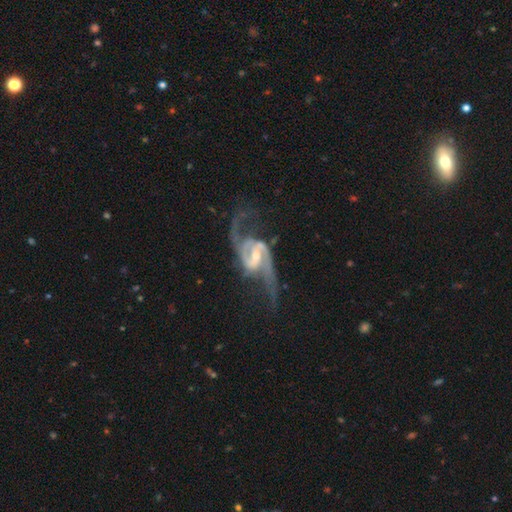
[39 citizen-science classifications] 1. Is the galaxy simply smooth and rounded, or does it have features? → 95% featured or disk, 3% smooth, 3% star or artifact.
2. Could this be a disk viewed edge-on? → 97% no, 3% yes.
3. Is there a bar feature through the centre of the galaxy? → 53% strong, 33% weak, 14% no.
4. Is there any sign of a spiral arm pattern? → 97% yes, 3% no.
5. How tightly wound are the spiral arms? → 57% loose, 29% medium, 14% tight.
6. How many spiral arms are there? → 86% 2, 11% 3, 3% 4, 0% 1, 0% more than 4, 0% can't tell.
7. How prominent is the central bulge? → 64% moderate, 31% small, 3% dominant, 3% large, 0% none.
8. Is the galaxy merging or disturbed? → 42% major disturbance, 39% none, 13% minor disturbance, 5% merger.